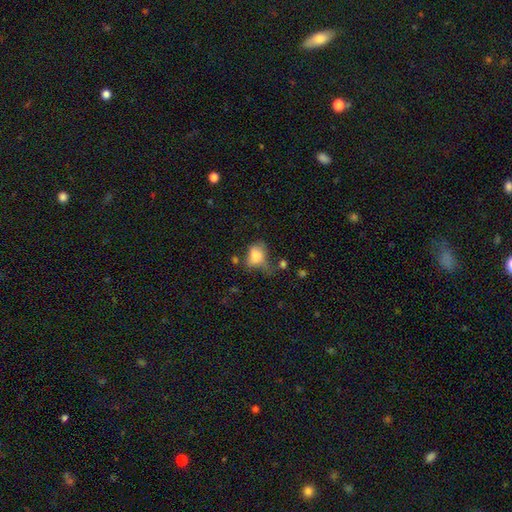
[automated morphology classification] Smooth or featured: smooth — 76% (featured or disk — 14%)
How rounded: in between — 69% (round — 30%)
Merging: minor disturbance — 32% (major disturbance — 29%)